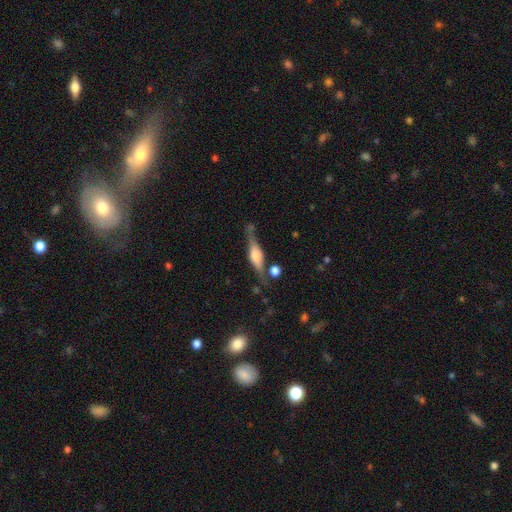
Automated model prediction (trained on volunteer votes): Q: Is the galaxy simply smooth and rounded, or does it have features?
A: featured or disk — 69%.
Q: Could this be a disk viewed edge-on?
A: yes — 95%.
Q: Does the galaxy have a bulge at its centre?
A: rounded — 76%.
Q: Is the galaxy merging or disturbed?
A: none — 72%.